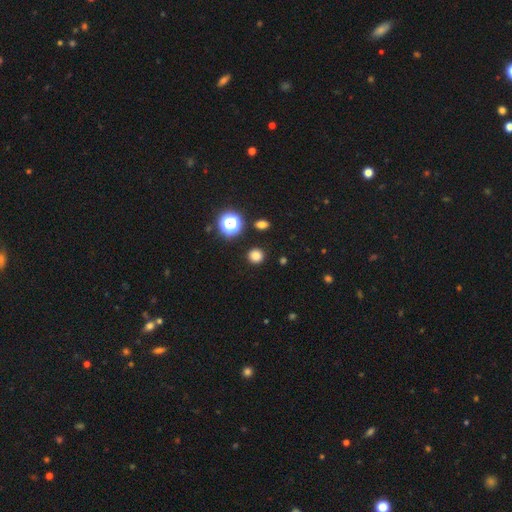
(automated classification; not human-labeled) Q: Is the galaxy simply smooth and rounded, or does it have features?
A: smooth — 79%.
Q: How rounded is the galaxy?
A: round — 91%.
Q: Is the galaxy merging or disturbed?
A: none — 91%.